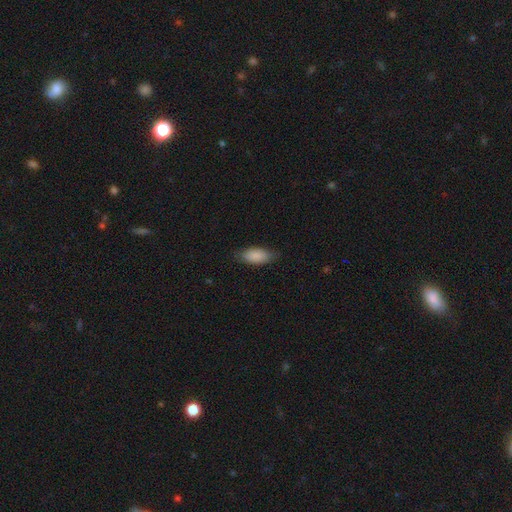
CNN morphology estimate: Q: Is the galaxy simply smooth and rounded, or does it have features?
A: smooth — 88%.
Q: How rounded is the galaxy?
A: in between — 89%.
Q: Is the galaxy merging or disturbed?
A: none — 78%.